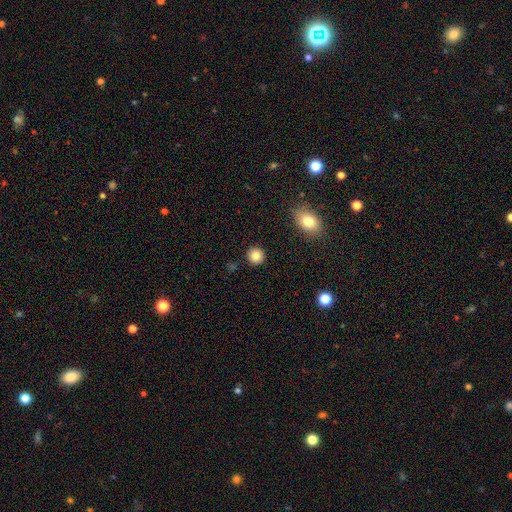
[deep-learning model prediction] The model was most divided on "smooth or featured": smooth: 84%, star or artifact: 10%, featured or disk: 6%. More confident: how rounded — round (93%); merging — none (91%).